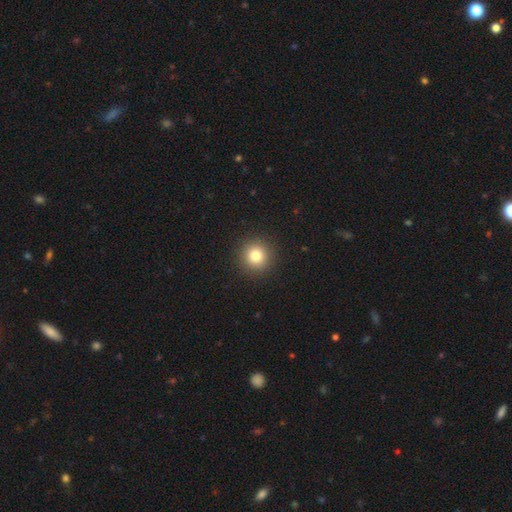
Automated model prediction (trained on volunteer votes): Smooth or featured?
  - smooth: 82% *
  - star or artifact: 12%
  - featured or disk: 7%
How rounded?
  - round: 94% *
  - in between: 5%
  - cigar-shaped: 1%
Merging?
  - none: 92% *
  - minor disturbance: 5%
  - major disturbance: 2%
  - merger: 1%